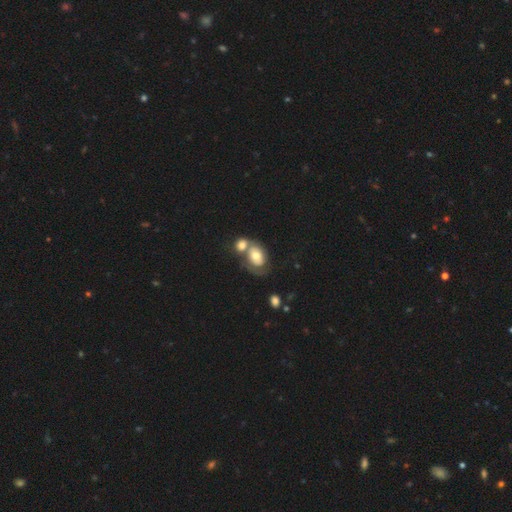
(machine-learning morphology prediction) A smooth galaxy with no disk features (47%).

Vote fractions:
- Smooth or featured? smooth: 47% / featured or disk: 45% / star or artifact: 7%
- Merging? merger: 57% / none: 22% / major disturbance: 11% / minor disturbance: 10%